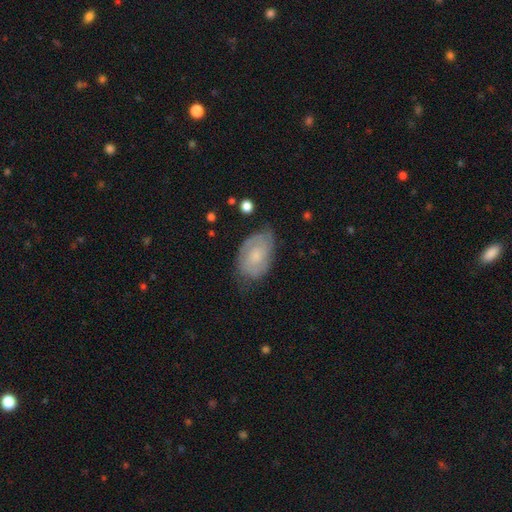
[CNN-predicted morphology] Smooth or featured?
  - featured or disk: 55% *
  - smooth: 38%
  - star or artifact: 7%
Edge-on disk?
  - no: 95% *
  - yes: 5%
Bar?
  - no: 71% *
  - weak: 25%
  - strong: 3%
Spiral arms?
  - yes: 83% *
  - no: 17%
Bulge size?
  - small: 51% *
  - moderate: 34%
  - none: 11%
  - large: 3%
  - dominant: 1%
Merging?
  - none: 63% *
  - minor disturbance: 27%
  - major disturbance: 9%
  - merger: 2%